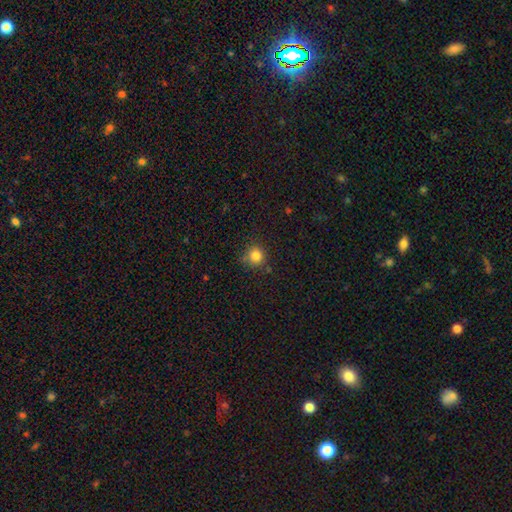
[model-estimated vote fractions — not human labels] Smooth or featured? smooth (84%)
How rounded? round (92%)
Merging? none (81%)